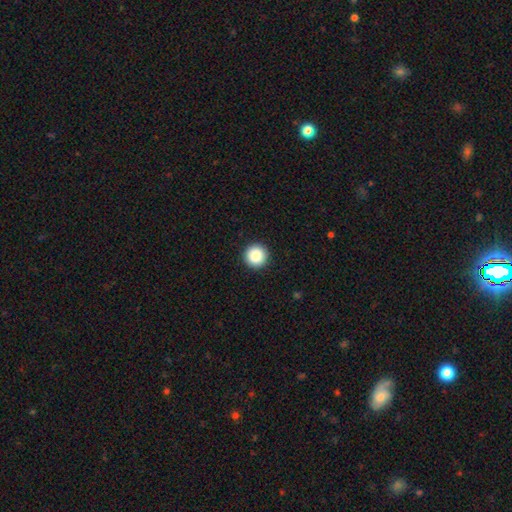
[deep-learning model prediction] Overall: smooth (87%). How rounded: round (96%). Merging: none (93%).